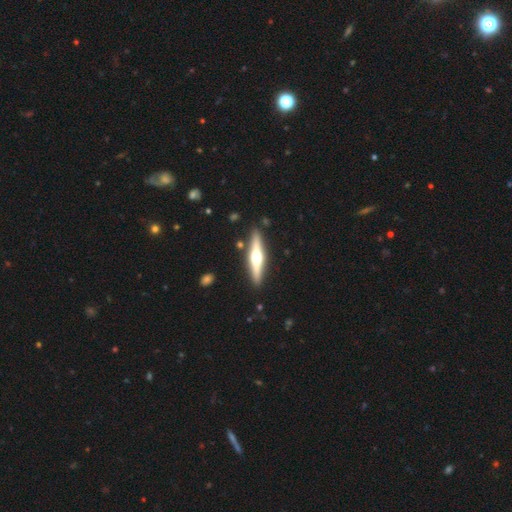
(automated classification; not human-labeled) This is likely a featured or disk galaxy (70%). It is clearly viewed edge-on (97%). Edge-on bulge: clearly rounded (95%). Merging: clearly none (89%).